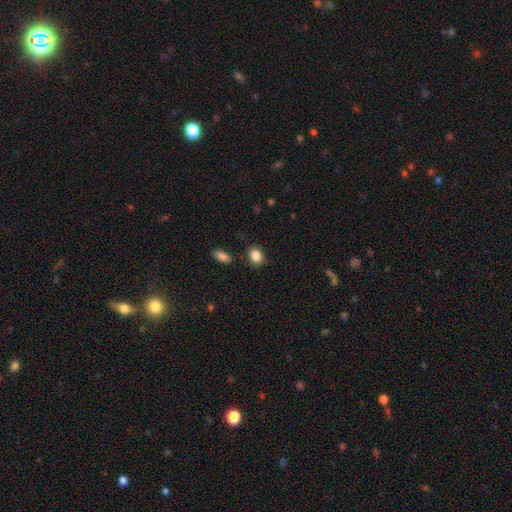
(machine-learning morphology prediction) Overall: smooth (87%). How rounded: in between (56%; round 43%). Merging: none (82%).